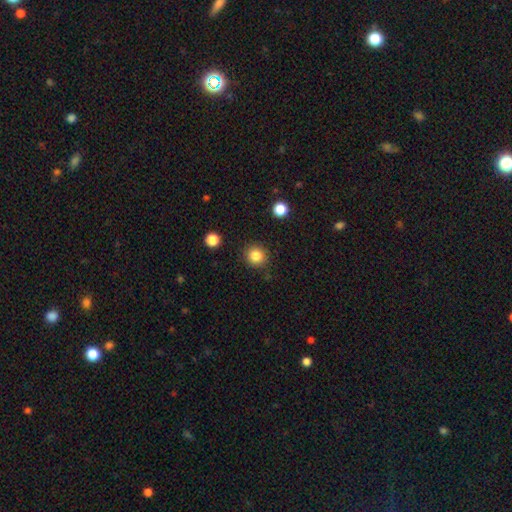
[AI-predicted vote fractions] Smooth or featured?
  - smooth: 84% *
  - star or artifact: 11%
  - featured or disk: 5%
How rounded?
  - round: 91% *
  - in between: 8%
  - cigar-shaped: 1%
Merging?
  - none: 89% *
  - minor disturbance: 7%
  - major disturbance: 2%
  - merger: 2%